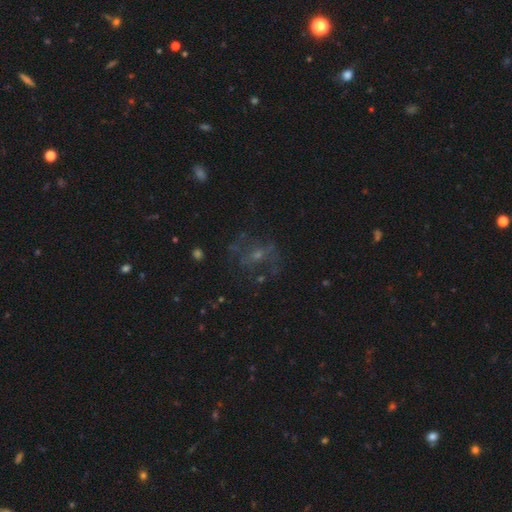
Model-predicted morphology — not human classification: The model was most divided on "smooth or featured": featured or disk: 50%, star or artifact: 26%, smooth: 24%. More confident: edge-on disk — no (95%); merging — none (60%).